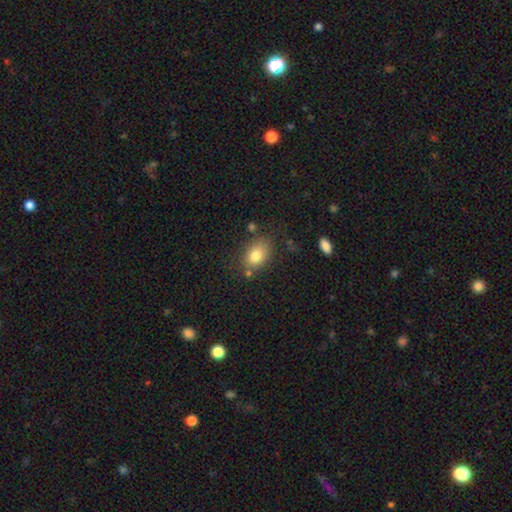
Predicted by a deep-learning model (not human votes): A smooth galaxy with no disk features (80%) that is in between round and cigar-shaped (76%). Merging: none (72%).